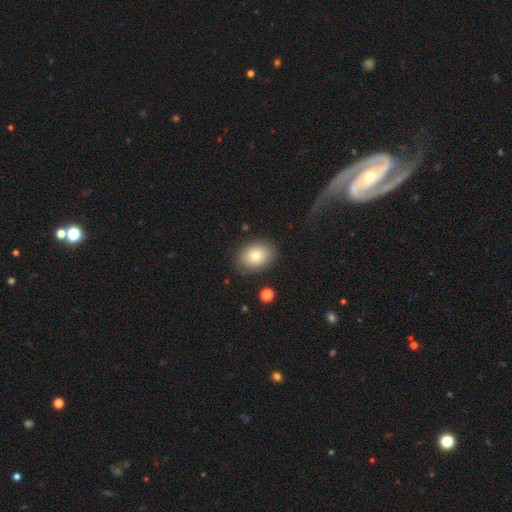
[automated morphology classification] Smooth or featured: smooth — 78% (featured or disk — 13%)
How rounded: in between — 66% (round — 33%)
Merging: none — 85% (minor disturbance — 10%)